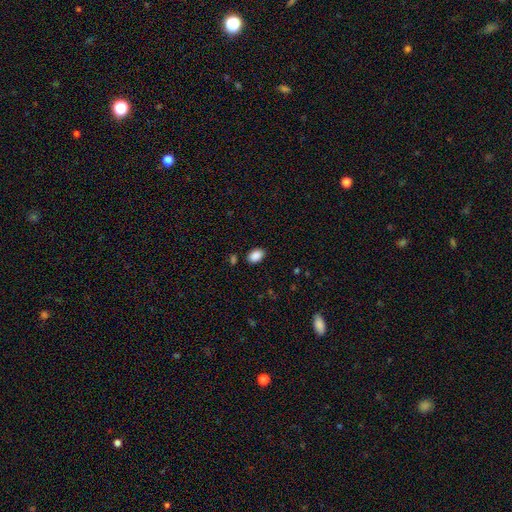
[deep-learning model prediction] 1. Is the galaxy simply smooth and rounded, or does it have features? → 88% smooth, 8% star or artifact, 3% featured or disk.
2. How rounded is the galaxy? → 85% in between, 13% round, 1% cigar-shaped.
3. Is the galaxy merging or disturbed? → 85% none, 11% minor disturbance, 3% major disturbance, 2% merger.